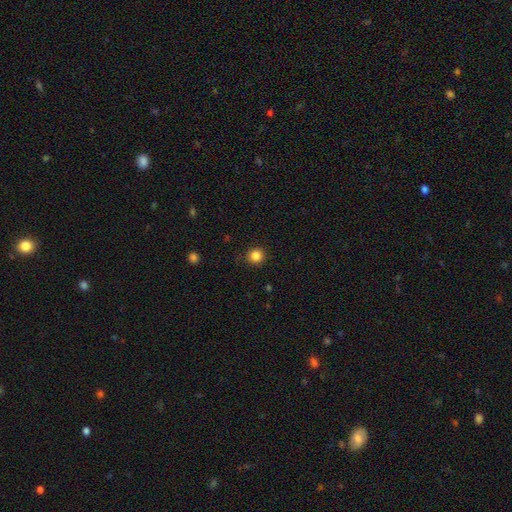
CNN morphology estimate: Smooth or featured: smooth — 85% (star or artifact — 11%)
How rounded: round — 94% (in between — 5%)
Merging: none — 90% (minor disturbance — 7%)